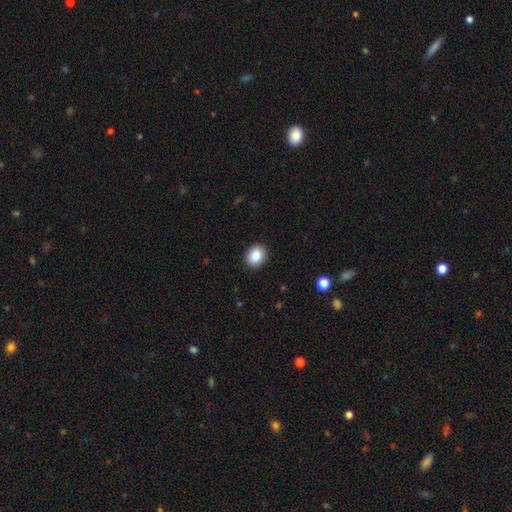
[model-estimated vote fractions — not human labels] This appears to be a smooth galaxy with no disk features (87%) that is in between round and cigar-shaped (50%). Merging: none (90%).